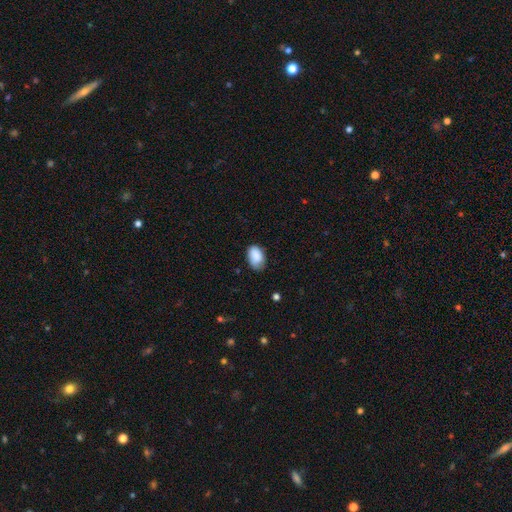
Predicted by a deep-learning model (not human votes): This is clearly a smooth galaxy (87%). How rounded: clearly in between (88%). Merging: likely none (64%).